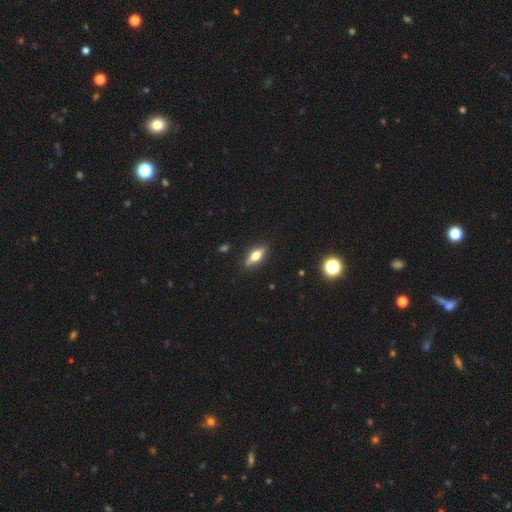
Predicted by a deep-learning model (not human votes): Q: Smooth or featured?
A: smooth (49%); runner-up: featured or disk (42%)
Q: Merging?
A: none (86%); runner-up: minor disturbance (10%)